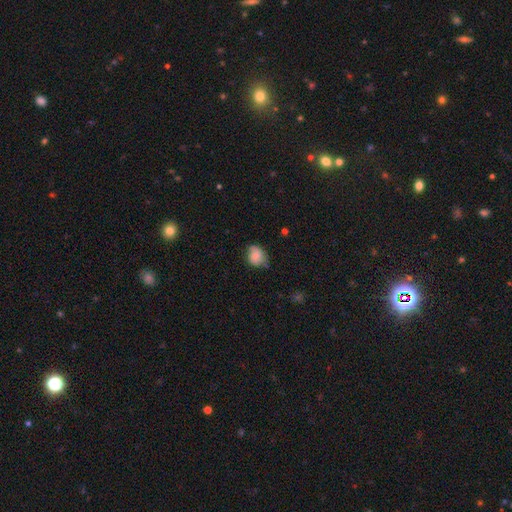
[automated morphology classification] Smooth or featured? smooth (74%)
How rounded? round (58%)
Merging? none (58%)